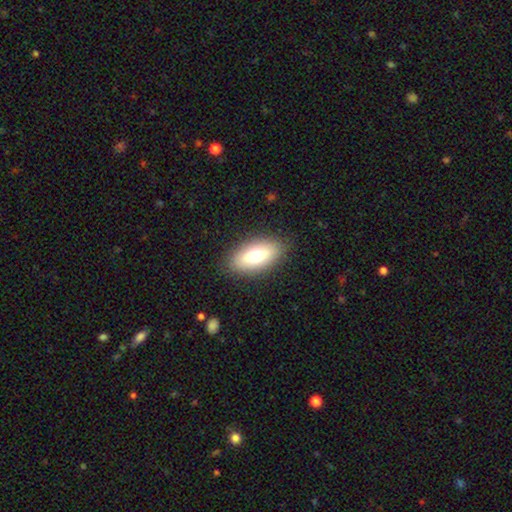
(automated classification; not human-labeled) smooth_or_featured: smooth (p=0.70) [alt: featured or disk p=0.23]
how_rounded: in between (p=0.87) [alt: cigar-shaped p=0.09]
merging: none (p=0.86) [alt: minor disturbance p=0.10]